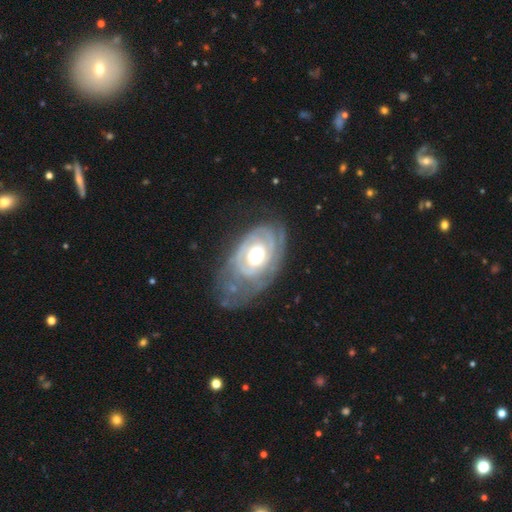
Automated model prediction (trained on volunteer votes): Morphology: type=featured or disk (84%); edge-on=no (96%); bar=no (77%); spiral arms=yes (86%); winding=tight (74%); arm count=can't tell (46%); bulge=moderate (58%); merging=none (53%).